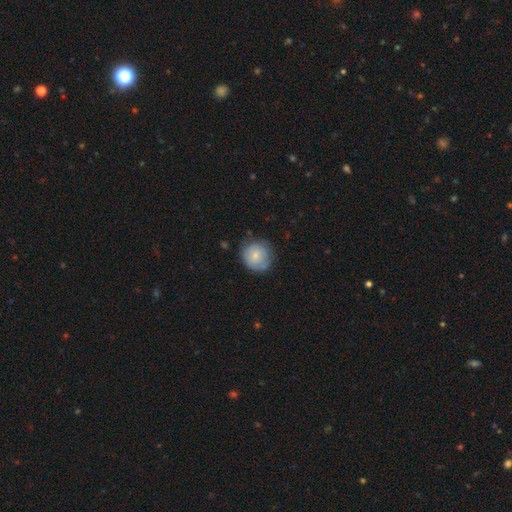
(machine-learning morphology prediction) Smooth or featured? smooth (74%)
How rounded? round (91%)
Merging? none (72%)